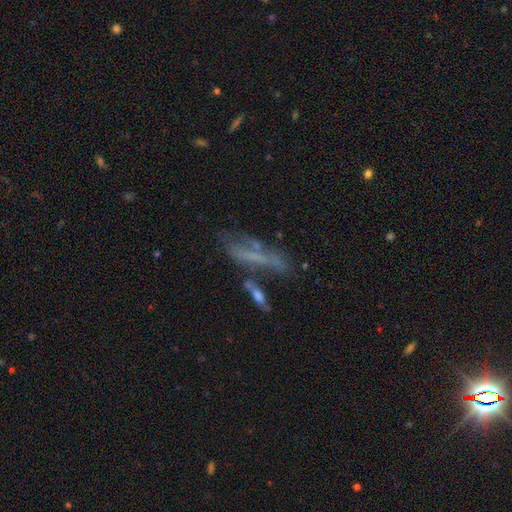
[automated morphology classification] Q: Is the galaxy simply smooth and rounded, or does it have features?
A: featured or disk — 48%.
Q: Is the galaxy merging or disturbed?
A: none — 41%.